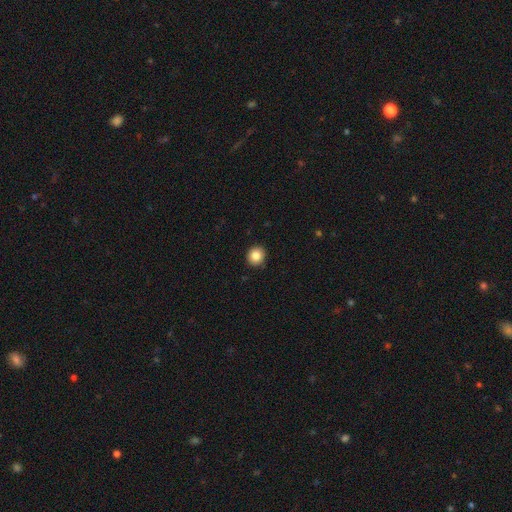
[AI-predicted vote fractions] A smooth galaxy with no disk features (85%) that is round (90%).

Vote fractions:
- Smooth or featured? smooth: 85% / star or artifact: 10% / featured or disk: 5%
- How rounded? round: 90% / in between: 9% / cigar-shaped: 1%
- Merging? none: 92% / minor disturbance: 6% / major disturbance: 2% / merger: 1%